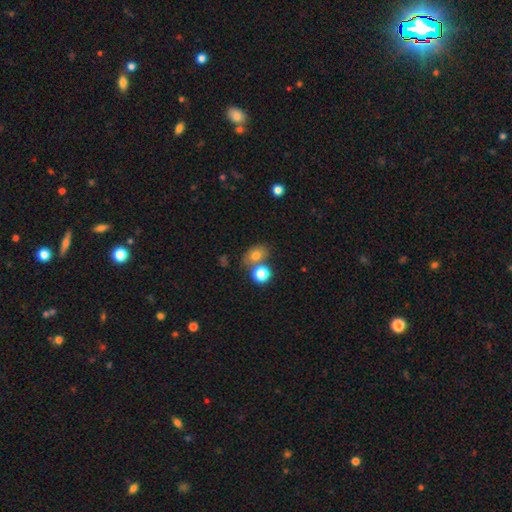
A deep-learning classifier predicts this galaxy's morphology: Q: Smooth or featured?
A: smooth (74%); runner-up: star or artifact (13%)
Q: How rounded?
A: in between (58%); runner-up: round (41%)
Q: Merging?
A: none (55%); runner-up: merger (26%)